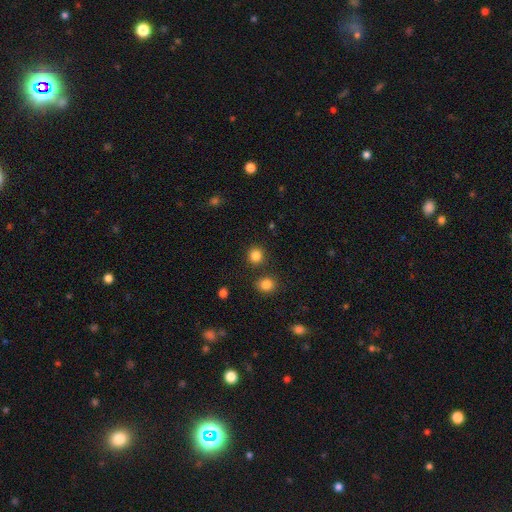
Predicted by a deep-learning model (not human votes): smooth_or_featured: smooth (p=0.84) [alt: star or artifact p=0.13]
how_rounded: round (p=0.92) [alt: in between p=0.07]
merging: none (p=0.85) [alt: merger p=0.06]